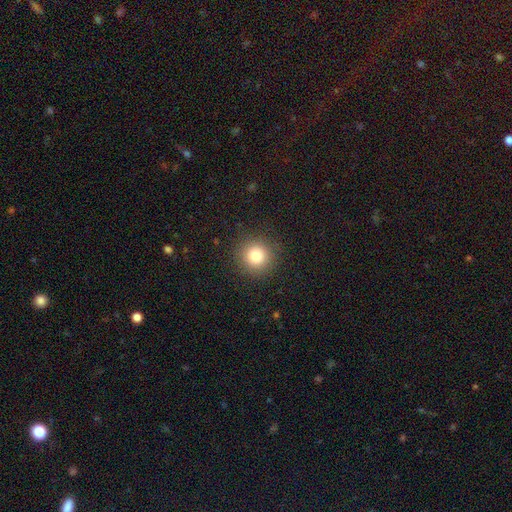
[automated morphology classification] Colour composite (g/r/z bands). It shows a smooth galaxy with no disk features (81%) that is round (94%). Merging: none (90%).